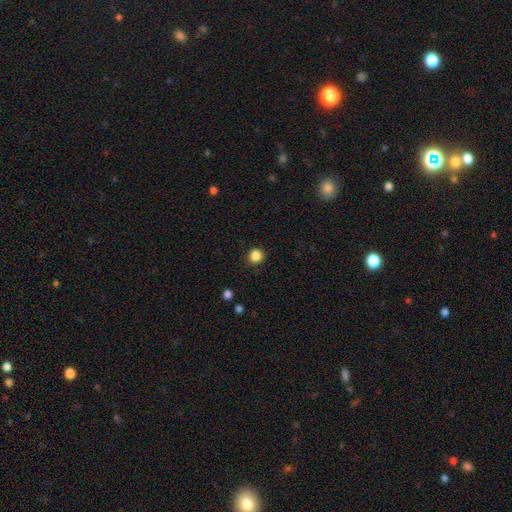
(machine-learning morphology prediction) A smooth galaxy with no disk features (85%) that is round (94%). Merging: none (91%).